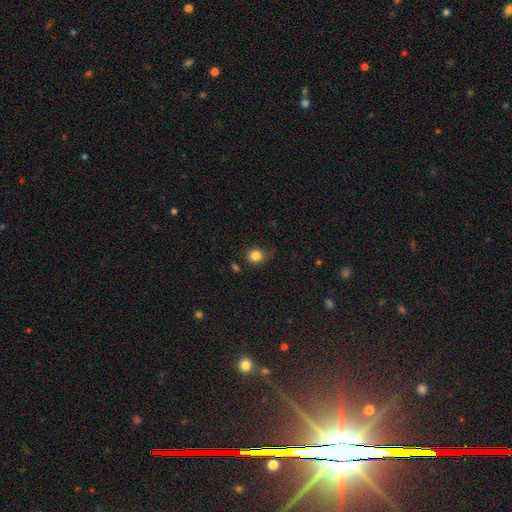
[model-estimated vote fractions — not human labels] smooth_or_featured: smooth (p=0.83) [alt: star or artifact p=0.12]
how_rounded: round (p=0.79) [alt: in between p=0.20]
merging: none (p=0.75) [alt: minor disturbance p=0.18]